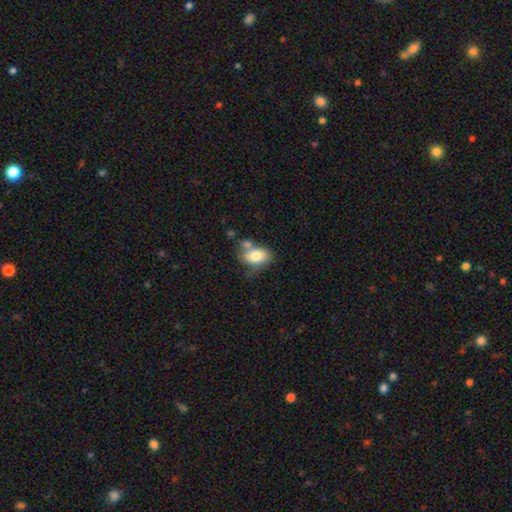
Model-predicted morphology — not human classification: Smooth or featured? Predicted: smooth (p=0.76). How rounded? Predicted: in between (p=0.85). Merging? Predicted: none (p=0.42).